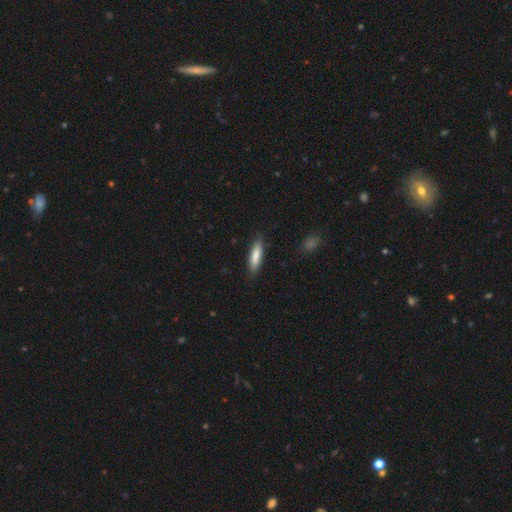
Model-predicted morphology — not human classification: Smooth or featured? Predicted: smooth (p=0.82). How rounded? Predicted: cigar-shaped (p=0.67). Merging? Predicted: none (p=0.87).